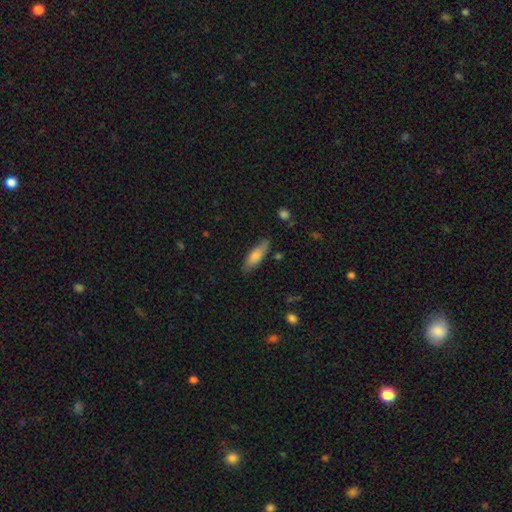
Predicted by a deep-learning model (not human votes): This appears to be a smooth galaxy with no disk features (77%) that is in between round and cigar-shaped (53%). Merging: none (79%).